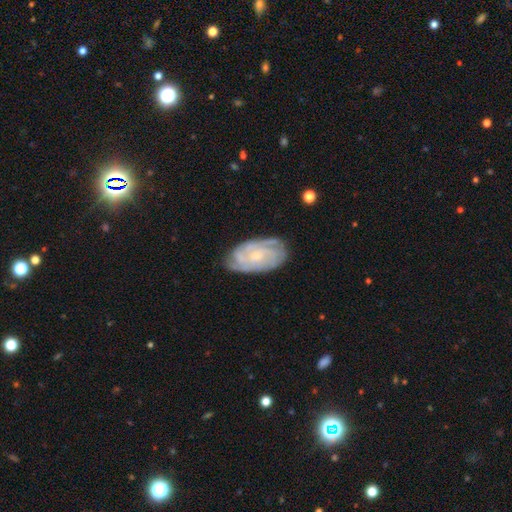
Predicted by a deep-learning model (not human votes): smooth-or-featured: featured or disk: 77% | smooth: 17% | star or artifact: 6%
  disk-edge-on: no: 95% | yes: 5%
    bar: no: 74% | weak: 23% | strong: 4%
    has-spiral-arms: yes: 92% | no: 8%
      spiral-winding: tight: 67% | medium: 27% | loose: 7%
      spiral-arm-count: can't tell: 42% | 3: 17% | 2: 16% | 4: 15% | more than 4: 5% | 1: 5%
    bulge-size: small: 69% | moderate: 25% | none: 4% | large: 1% | dominant: 1%
  merging: none: 74% | minor disturbance: 19% | major disturbance: 5% | merger: 1%